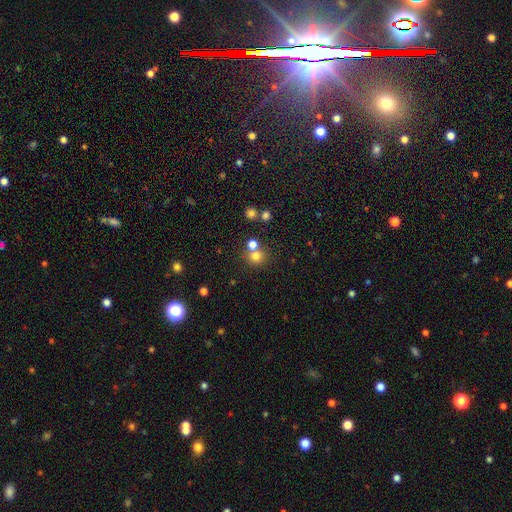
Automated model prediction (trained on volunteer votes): This is likely a smooth galaxy (74%). How rounded: clearly round (87%). Merging: likely none (61%).